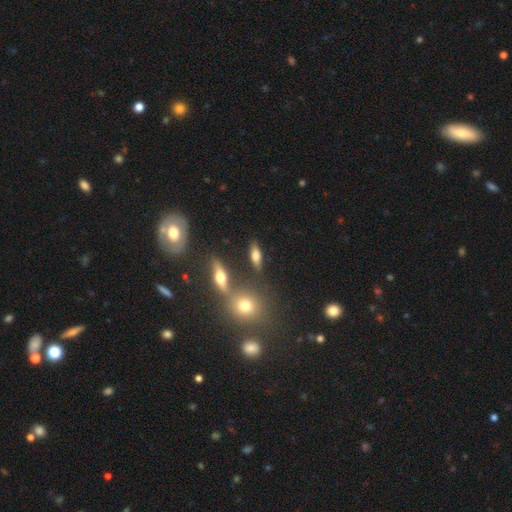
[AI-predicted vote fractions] Morphology: type=smooth (63%); roundness=in between (68%); merging=none (76%).